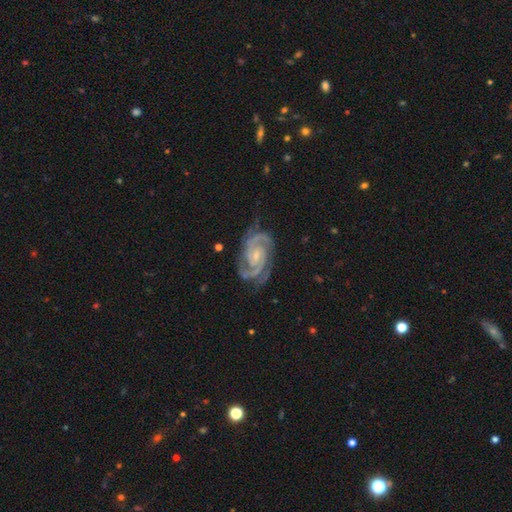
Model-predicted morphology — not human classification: Overall: featured or disk (93%). Edge-on disk: no (98%). Bar: no (55%; weak 33%). Spiral arms: yes (99%). Spiral arm count: 2 (65%). Spiral winding: tight (59%; medium 37%). Bulge size: small (70%). Merging: none (76%).